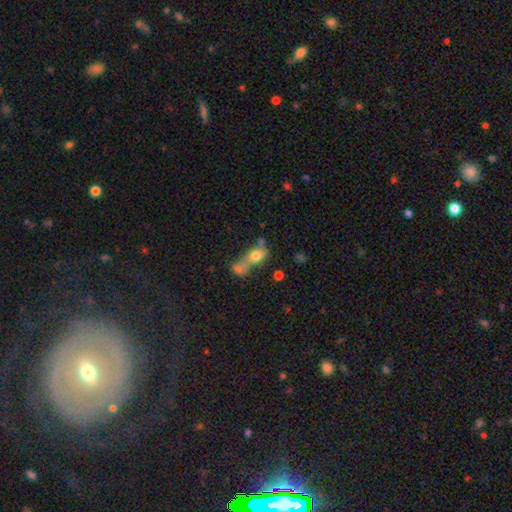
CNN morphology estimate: smooth_or_featured: smooth (p=0.70) [alt: featured or disk p=0.19]
how_rounded: in between (p=0.62) [alt: round p=0.32]
merging: merger (p=0.62) [alt: none p=0.21]